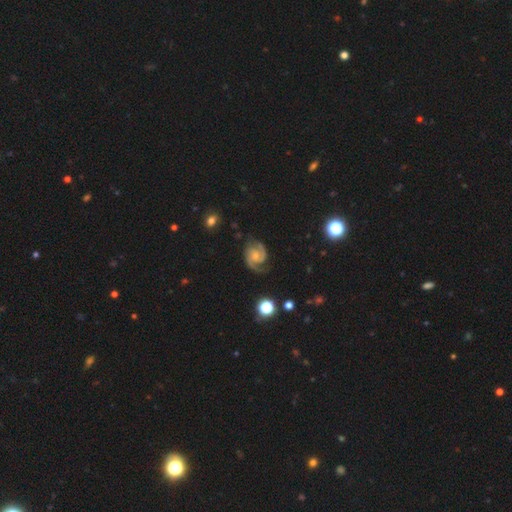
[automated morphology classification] A featured or disk galaxy (90%) with no bar (66%), 2 (89%) medium (51%) spiral arms (98%) and a small central bulge (59%). Merging: none (76%).